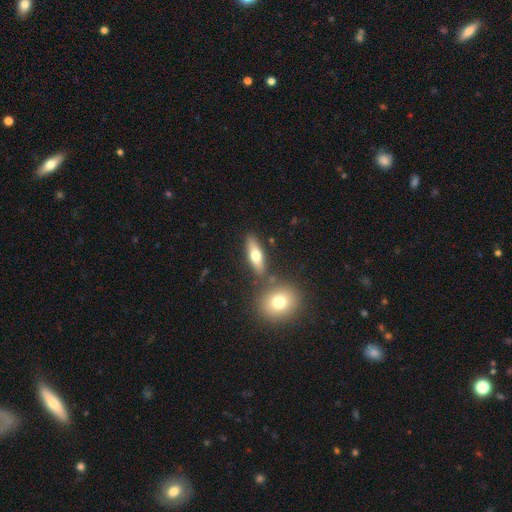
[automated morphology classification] This appears to be a smooth galaxy with no disk features (59%) that is in between round and cigar-shaped (51%). Merging: none (78%).